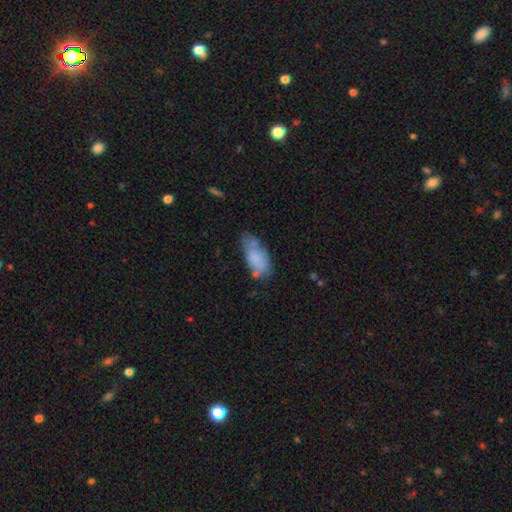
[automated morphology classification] smooth-or-featured: smooth: 75% | featured or disk: 17% | star or artifact: 8%
  how-rounded: in between: 86% | cigar-shaped: 12% | round: 2%
  merging: none: 46% | minor disturbance: 31% | major disturbance: 12% | merger: 11%